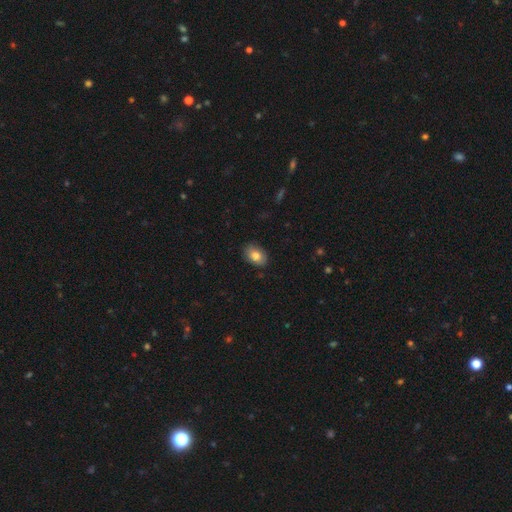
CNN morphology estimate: type=smooth (83%); roundness=in between (83%); merging=none (85%).